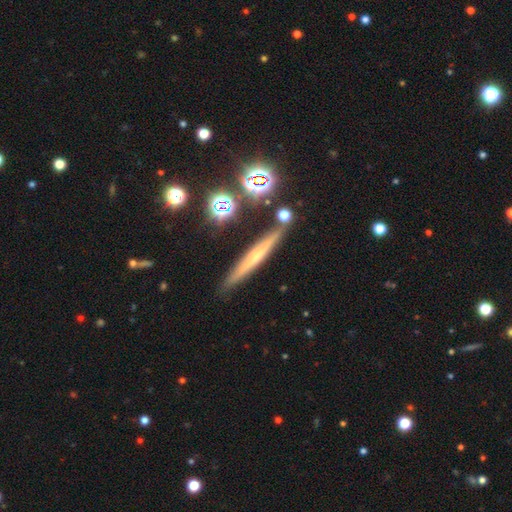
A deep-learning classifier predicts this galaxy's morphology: This appears to be a featured or disk galaxy (46%). Merging: none (86%).